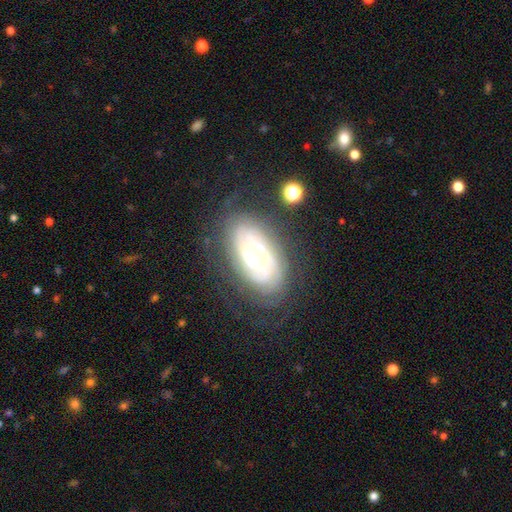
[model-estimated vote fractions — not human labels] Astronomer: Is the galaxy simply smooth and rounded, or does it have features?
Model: featured or disk — 77%.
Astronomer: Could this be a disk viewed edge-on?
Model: no — 94%.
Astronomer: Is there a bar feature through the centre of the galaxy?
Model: no — 77%.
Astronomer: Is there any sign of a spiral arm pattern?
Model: yes — 91%.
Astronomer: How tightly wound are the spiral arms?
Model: tight — 77%.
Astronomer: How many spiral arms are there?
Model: can't tell — 54%.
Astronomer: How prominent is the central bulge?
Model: small — 48% (runner-up: moderate, 43%).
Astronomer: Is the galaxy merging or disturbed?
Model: none — 71%.